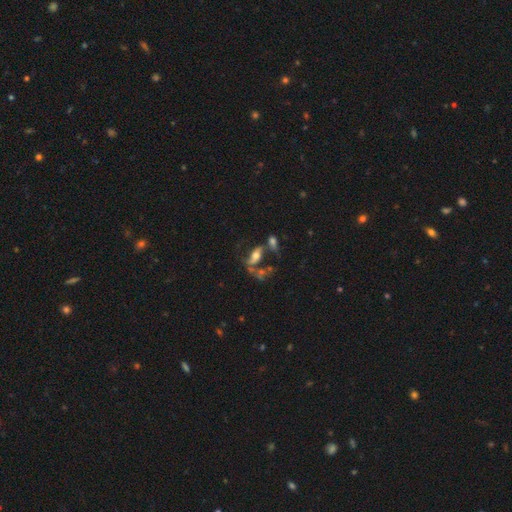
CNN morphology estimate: Smooth or featured: featured or disk — 48% (smooth — 39%)
Merging: merger — 35% (none — 30%)